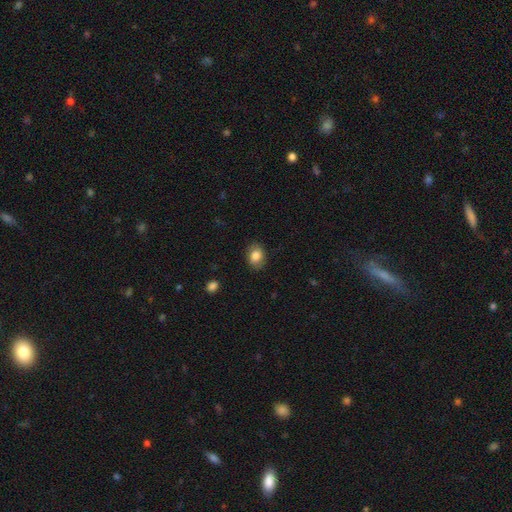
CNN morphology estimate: Smooth or featured? smooth (83%)
How rounded? in between (65%)
Merging? none (84%)